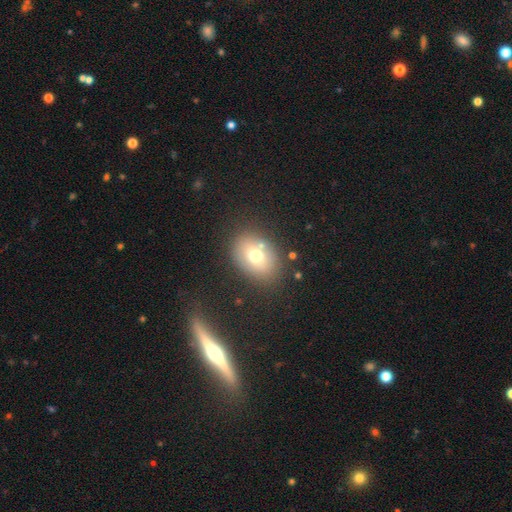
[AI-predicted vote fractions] Overall: smooth (69%). How rounded: in between (63%; round 36%). Merging: none (75%).